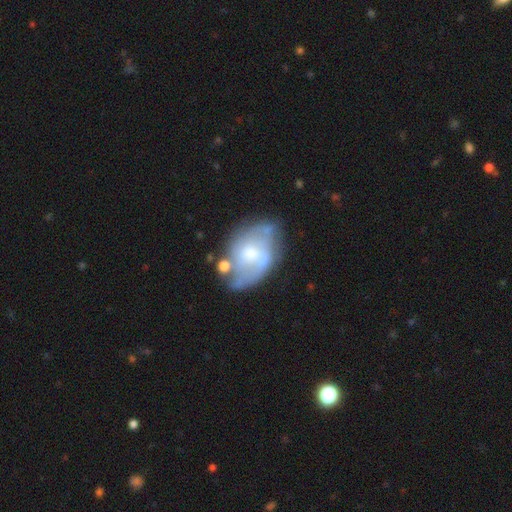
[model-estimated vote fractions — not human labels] smooth_or_featured: featured or disk (p=0.70) [alt: smooth p=0.22]
disk_edge_on: no (p=0.96) [alt: yes p=0.04]
bar: no (p=0.61) [alt: weak p=0.33]
has_spiral_arms: yes (p=0.67) [alt: no p=0.33]
bulge_size: moderate (p=0.57) [alt: small p=0.33]
merging: none (p=0.55) [alt: minor disturbance p=0.25]